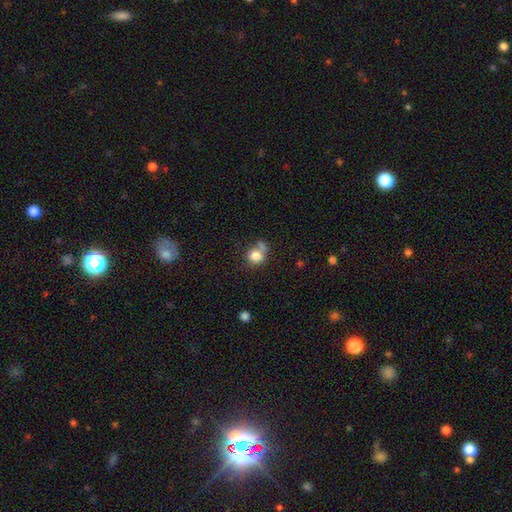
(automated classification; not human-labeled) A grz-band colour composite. It shows a smooth galaxy with no disk features (80%) that is round (70%). Merging: none (42%).